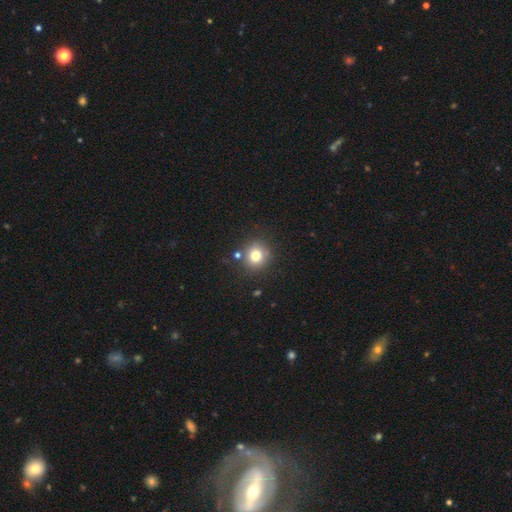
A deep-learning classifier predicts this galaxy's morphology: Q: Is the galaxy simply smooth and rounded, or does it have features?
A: smooth — 77%.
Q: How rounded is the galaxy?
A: round — 89%.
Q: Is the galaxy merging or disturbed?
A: none — 81%.